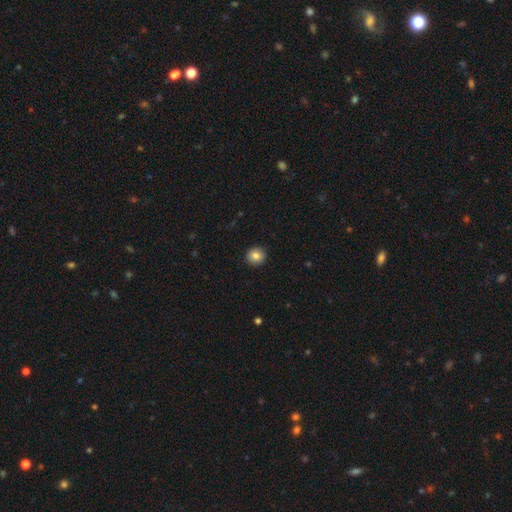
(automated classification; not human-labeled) Smooth or featured? Predicted: smooth (p=0.84). How rounded? Predicted: round (p=0.91). Merging? Predicted: none (p=0.92).